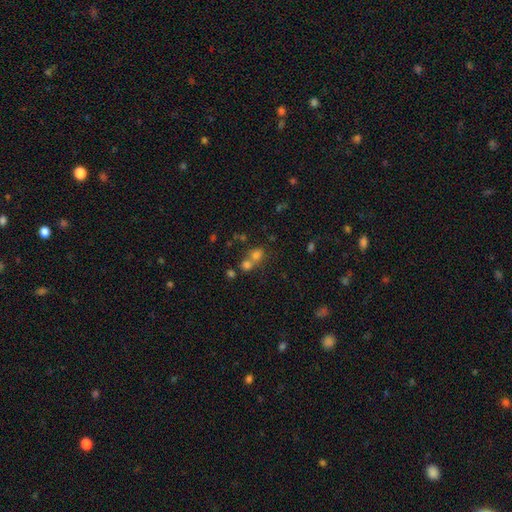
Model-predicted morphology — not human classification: Smooth or featured: smooth — 62% (star or artifact — 25%)
How rounded: round — 74% (in between — 25%)
Merging: merger — 51% (none — 39%)